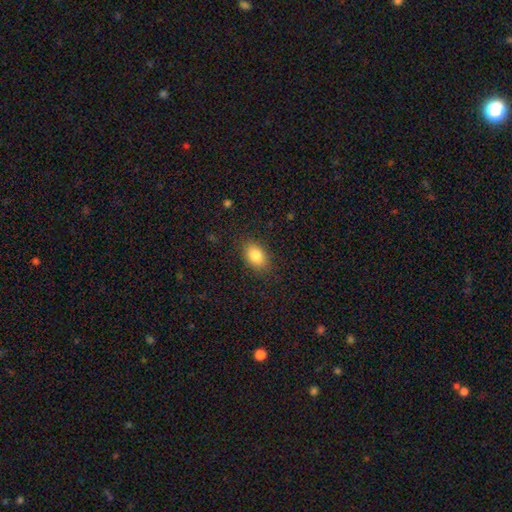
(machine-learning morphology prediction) Smooth or featured? smooth (83%)
How rounded? in between (82%)
Merging? none (86%)